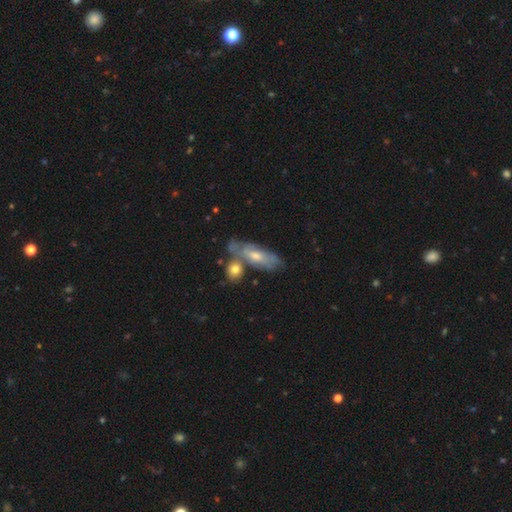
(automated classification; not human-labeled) A featured or disk galaxy (50%).

Vote fractions:
- Smooth or featured? featured or disk: 50% / smooth: 42% / star or artifact: 8%
- Merging? none: 49% / merger: 27% / minor disturbance: 17% / major disturbance: 7%